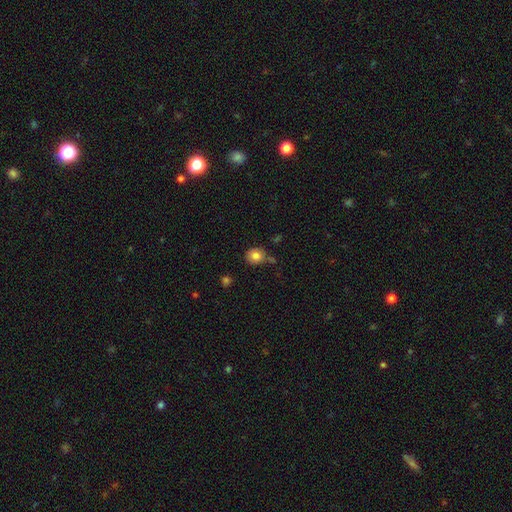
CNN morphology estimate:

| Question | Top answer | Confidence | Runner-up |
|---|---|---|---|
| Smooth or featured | smooth | 82% | star or artifact (10%) |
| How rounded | round | 79% | in between (20%) |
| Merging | none | 74% | minor disturbance (15%) |